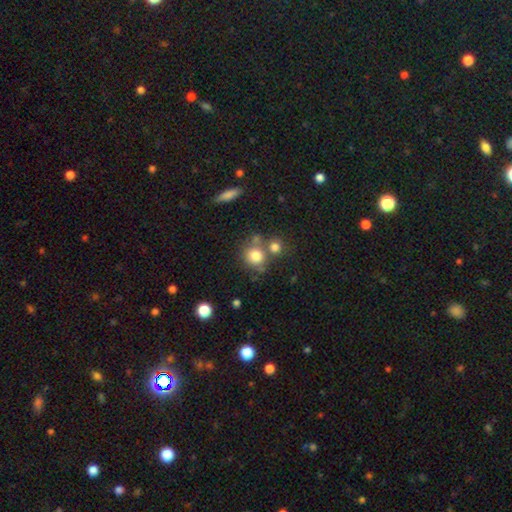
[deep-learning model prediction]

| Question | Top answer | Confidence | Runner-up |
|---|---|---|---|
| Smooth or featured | smooth | 78% | star or artifact (12%) |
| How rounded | round | 84% | in between (15%) |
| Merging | none | 57% | merger (26%) |